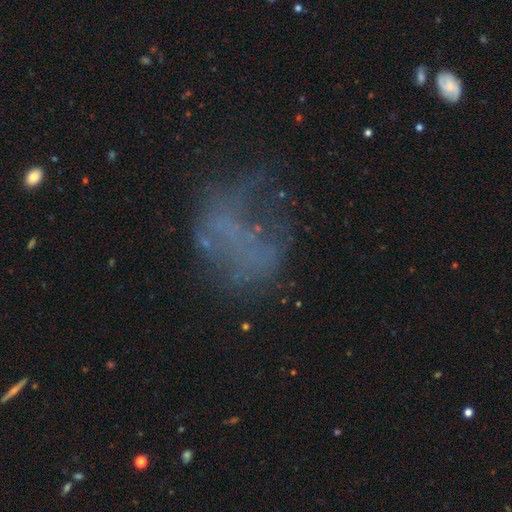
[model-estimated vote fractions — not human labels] This is possibly a featured or disk galaxy (46%). Merging: marginally none (43%).